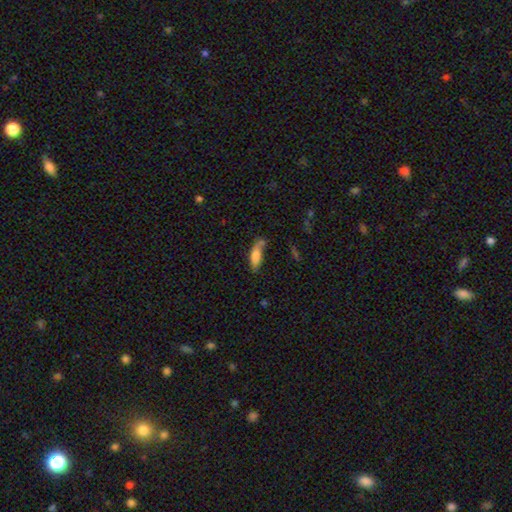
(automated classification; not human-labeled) This appears to be a smooth galaxy with no disk features (78%) that is in between round and cigar-shaped (56%). Merging: none (51%).